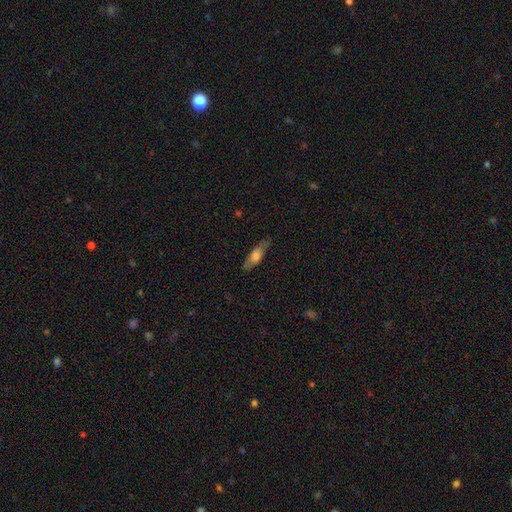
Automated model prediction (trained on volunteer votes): This appears to be a smooth galaxy with no disk features (57%) that is cigar-shaped (55%). Merging: none (78%).